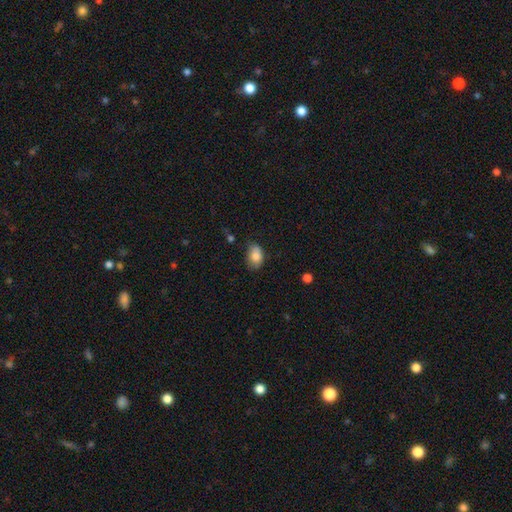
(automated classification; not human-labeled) This is clearly a smooth galaxy (83%). How rounded: clearly in between (82%). Merging: likely none (63%).